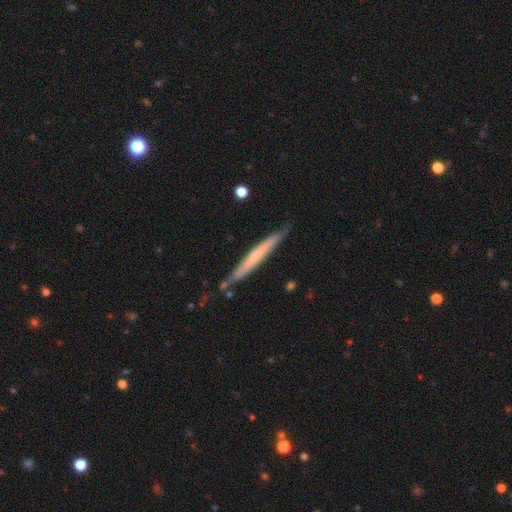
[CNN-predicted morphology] Smooth or featured? featured or disk (53%)
Edge-on disk? yes (93%)
Merging? none (78%)